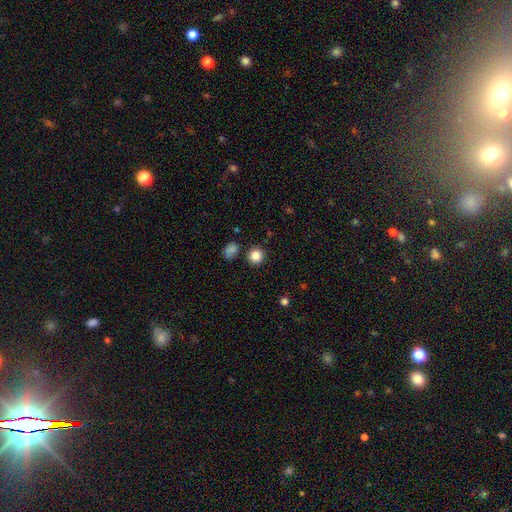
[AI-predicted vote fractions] Smooth or featured: smooth — 84% (star or artifact — 11%)
How rounded: round — 92% (in between — 7%)
Merging: none — 88% (minor disturbance — 7%)